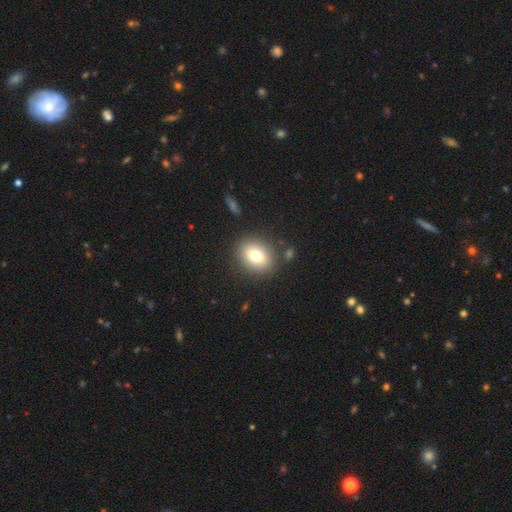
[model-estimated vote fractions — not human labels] A smooth galaxy with no disk features (76%) that is round (51%).

Vote fractions:
- Smooth or featured? smooth: 76% / featured or disk: 13% / star or artifact: 10%
- How rounded? round: 51% / in between: 48% / cigar-shaped: 1%
- Merging? none: 84% / minor disturbance: 9% / major disturbance: 3% / merger: 3%